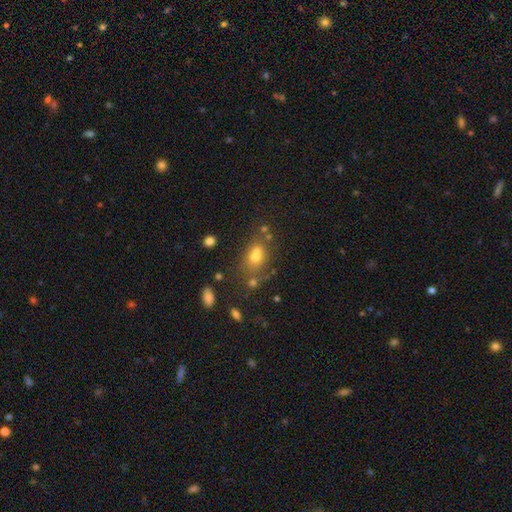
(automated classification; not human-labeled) A smooth galaxy with no disk features (67%) that is in between round and cigar-shaped (70%). Merging: none (56%).